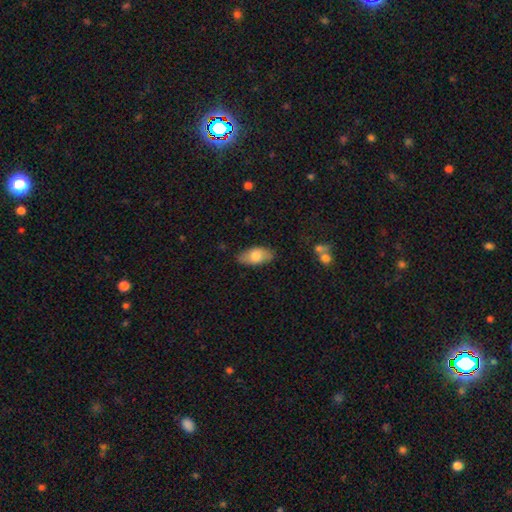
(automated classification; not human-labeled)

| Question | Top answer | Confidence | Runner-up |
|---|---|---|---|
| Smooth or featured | smooth | 75% | featured or disk (18%) |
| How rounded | in between | 91% | cigar-shaped (6%) |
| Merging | none | 82% | minor disturbance (14%) |